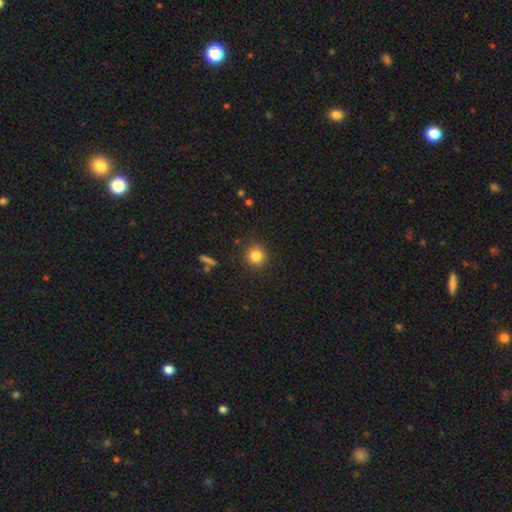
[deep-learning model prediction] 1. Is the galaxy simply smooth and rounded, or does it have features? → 82% smooth, 12% star or artifact, 6% featured or disk.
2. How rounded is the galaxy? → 91% round, 8% in between, 1% cigar-shaped.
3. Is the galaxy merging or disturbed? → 89% none, 7% minor disturbance, 2% major disturbance, 2% merger.